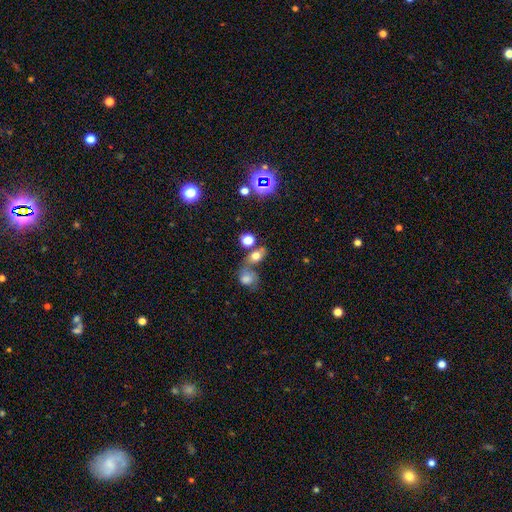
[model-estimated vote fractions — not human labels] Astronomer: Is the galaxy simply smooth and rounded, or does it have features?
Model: smooth — 66%.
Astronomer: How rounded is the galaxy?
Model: in between — 52% (runner-up: round, 45%).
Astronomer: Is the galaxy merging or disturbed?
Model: none — 44% (runner-up: merger, 35%).